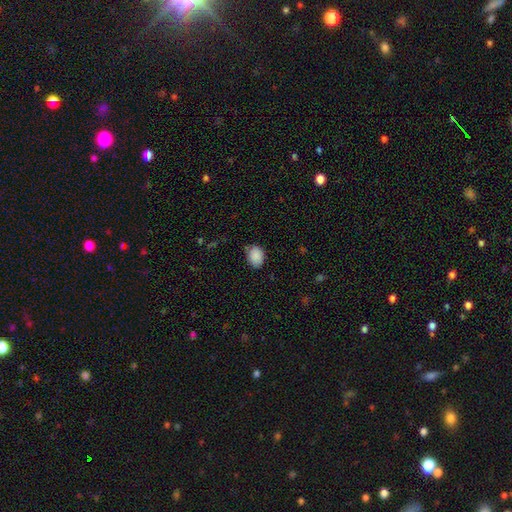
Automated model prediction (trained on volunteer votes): This is clearly a smooth galaxy (89%). How rounded: likely in between (68%). Merging: likely none (77%).